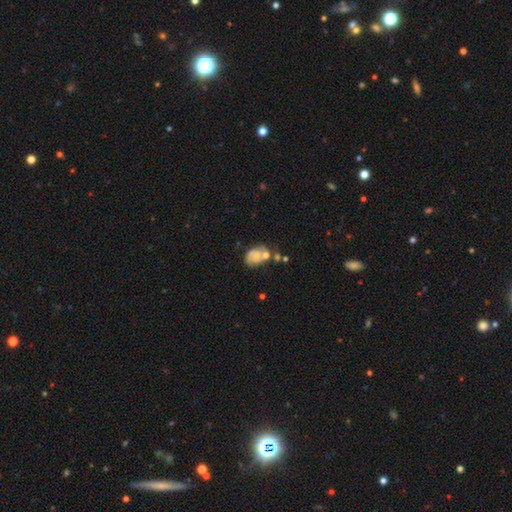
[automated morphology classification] The model was most divided on "merging": none: 37%, minor disturbance: 26%, merger: 22%, major disturbance: 14%. More confident: how rounded — in between (73%); smooth or featured — smooth (52%).